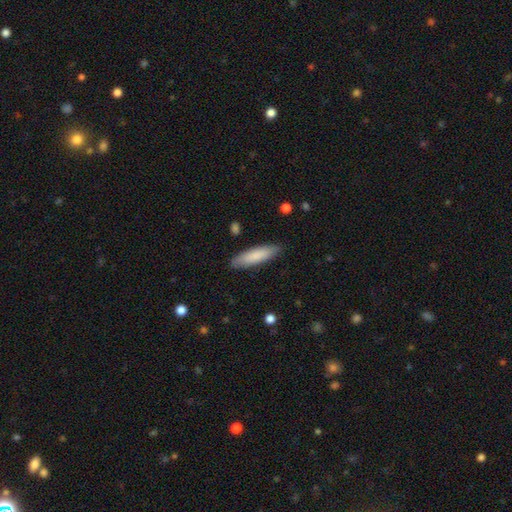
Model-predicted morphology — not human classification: A smooth galaxy with no disk features (83%) that is cigar-shaped (66%). Merging: none (87%).